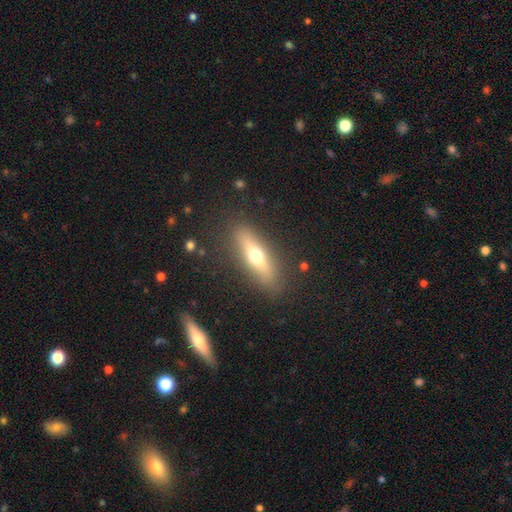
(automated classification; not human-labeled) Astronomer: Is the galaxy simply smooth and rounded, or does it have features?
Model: smooth — 51% (runner-up: featured or disk, 41%).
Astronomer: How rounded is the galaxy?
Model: cigar-shaped — 59% (runner-up: in between, 37%).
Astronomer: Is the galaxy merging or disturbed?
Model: none — 86%.